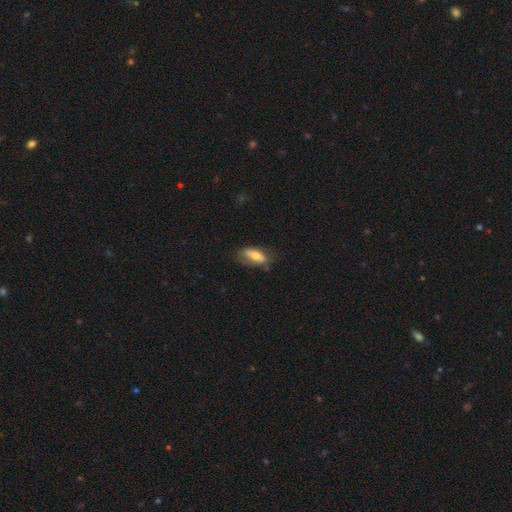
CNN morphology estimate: smooth 62%, featured or disk 31%, star or artifact 7%. Down the decision tree: how rounded — in between (82%); merging — none (63%).